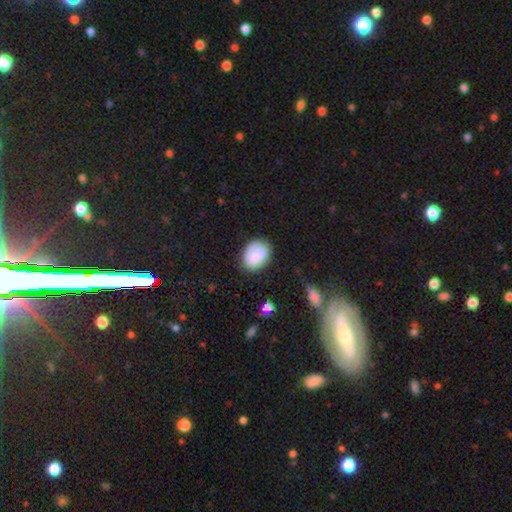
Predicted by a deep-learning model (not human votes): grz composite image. It shows a smooth galaxy with no disk features (78%) that is in between round and cigar-shaped (61%). Merging: none (62%).